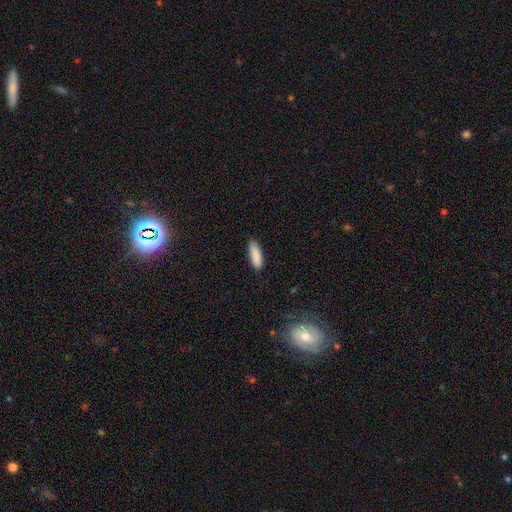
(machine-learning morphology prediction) This is clearly a smooth galaxy (90%). How rounded: possibly in between (59%). Merging: clearly none (87%).